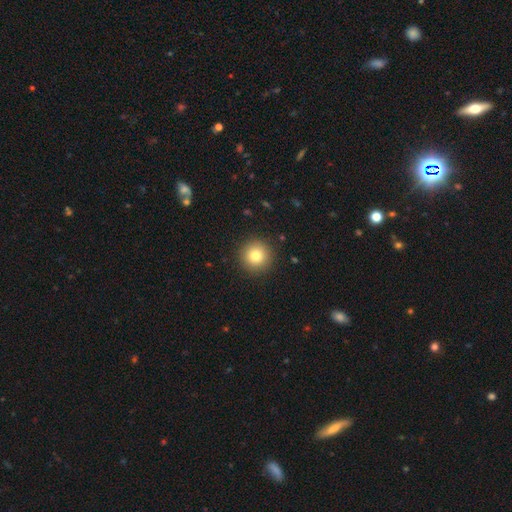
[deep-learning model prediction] A smooth galaxy with no disk features (80%) that is round (95%). Merging: none (91%).